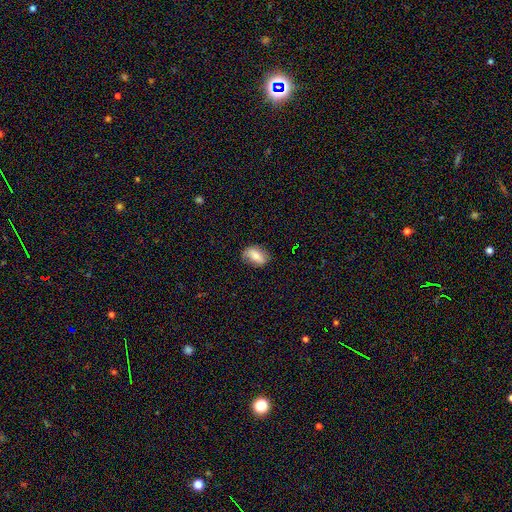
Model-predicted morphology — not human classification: Smooth or featured?
  - smooth: 73% *
  - featured or disk: 20%
  - star or artifact: 8%
How rounded?
  - in between: 85% *
  - round: 11%
  - cigar-shaped: 3%
Merging?
  - none: 71% *
  - minor disturbance: 22%
  - major disturbance: 5%
  - merger: 1%